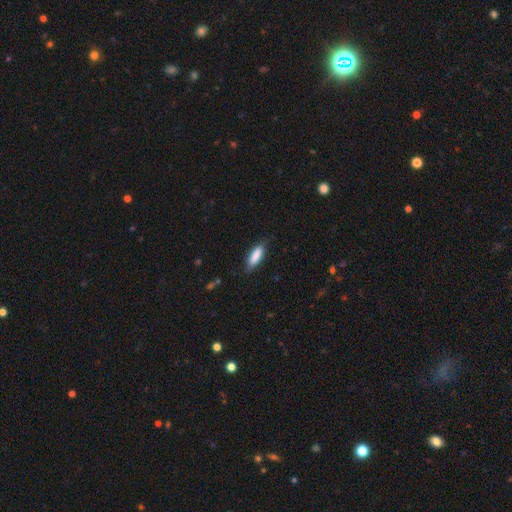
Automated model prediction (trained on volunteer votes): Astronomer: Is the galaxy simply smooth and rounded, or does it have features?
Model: smooth — 85%.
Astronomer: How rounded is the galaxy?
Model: in between — 57% (runner-up: cigar-shaped, 41%).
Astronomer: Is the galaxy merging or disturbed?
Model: none — 79%.